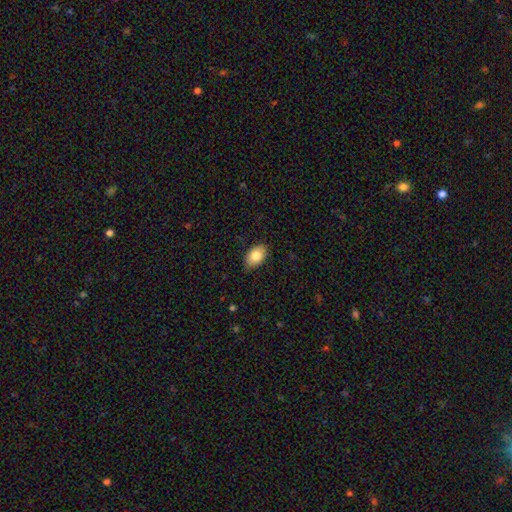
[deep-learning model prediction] The model was most divided on "merging": none: 83%, minor disturbance: 14%, major disturbance: 2%, merger: 1%. More confident: how rounded — in between (88%); smooth or featured — smooth (81%).